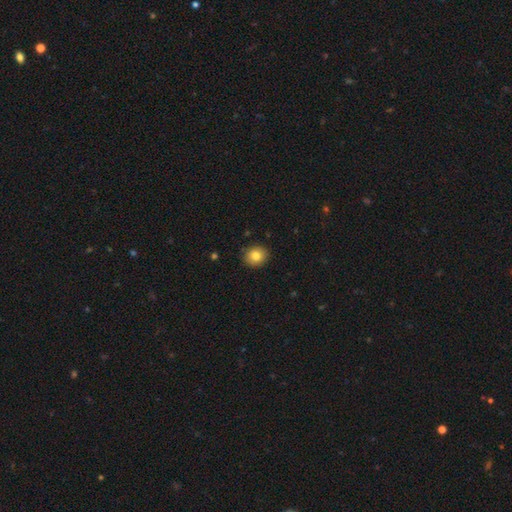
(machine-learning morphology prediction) Smooth or featured?
  - smooth: 82% *
  - star or artifact: 9%
  - featured or disk: 9%
How rounded?
  - round: 71% *
  - in between: 29%
  - cigar-shaped: 1%
Merging?
  - none: 89% *
  - minor disturbance: 8%
  - major disturbance: 2%
  - merger: 1%